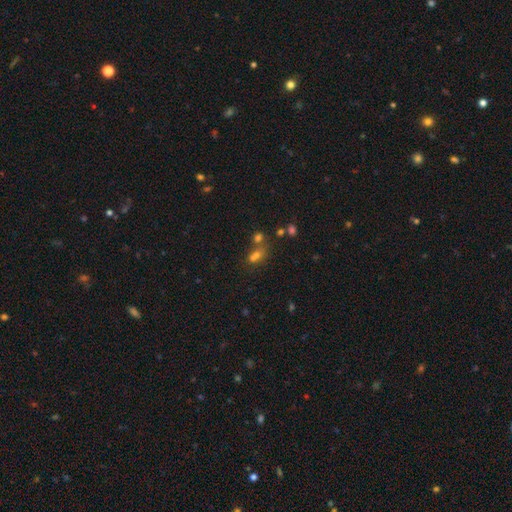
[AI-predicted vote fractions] A smooth galaxy with no disk features (54%) that is in between round and cigar-shaped (54%).

Vote fractions:
- Smooth or featured? smooth: 54% / star or artifact: 32% / featured or disk: 14%
- How rounded? in between: 54% / round: 41% / cigar-shaped: 5%
- Merging? merger: 43% / none: 42% / minor disturbance: 9% / major disturbance: 6%